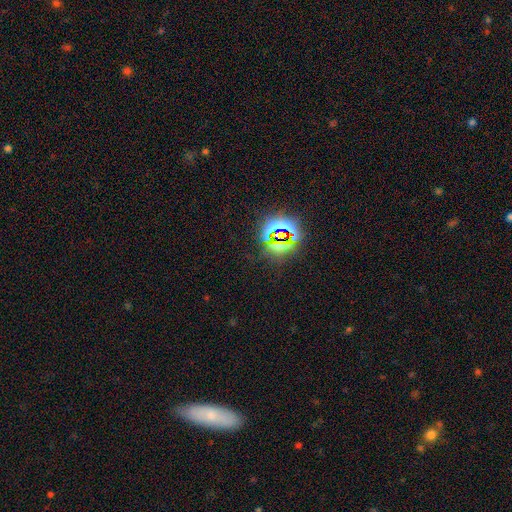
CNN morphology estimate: smooth-or-featured: star or artifact: 73% | smooth: 17% | featured or disk: 10%